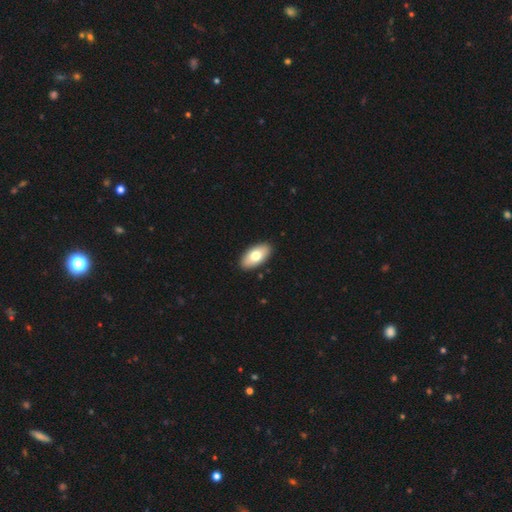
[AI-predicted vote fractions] The model was most divided on "smooth or featured": smooth: 73%, featured or disk: 21%, star or artifact: 6%. More confident: how rounded — in between (94%); merging — none (91%).